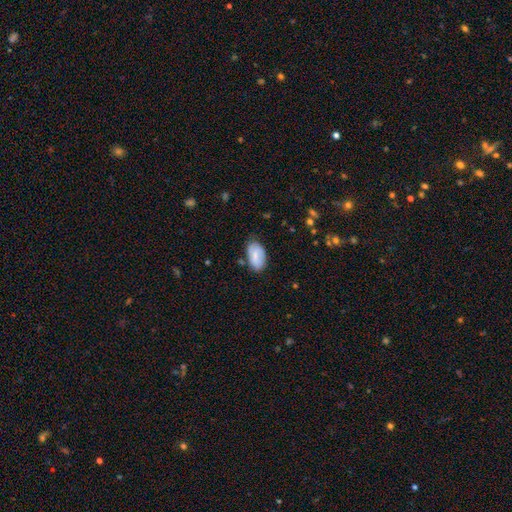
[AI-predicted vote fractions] Smooth or featured? smooth (73%)
How rounded? in between (94%)
Merging? none (70%)